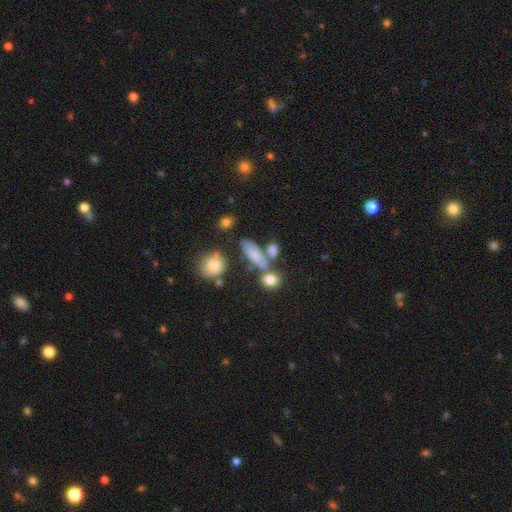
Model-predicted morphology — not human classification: This is likely a smooth galaxy (69%). How rounded: likely in between (61%). Merging: possibly none (50%).